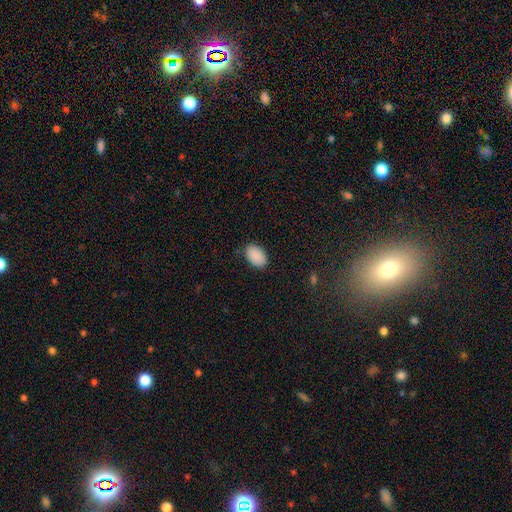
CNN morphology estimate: Smooth or featured? smooth (90%)
How rounded? in between (90%)
Merging? none (85%)